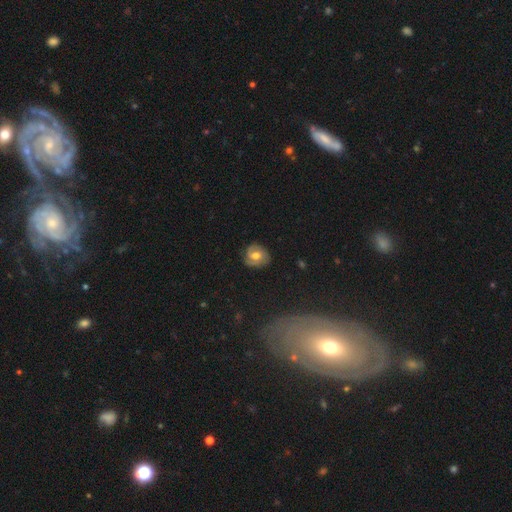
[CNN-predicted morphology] Smooth or featured? featured or disk (46%)
Merging? none (70%)